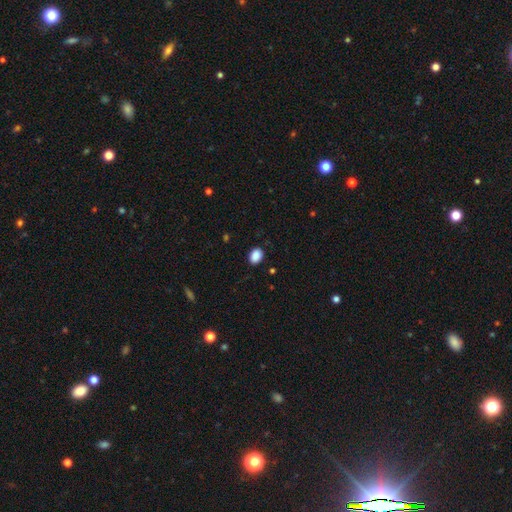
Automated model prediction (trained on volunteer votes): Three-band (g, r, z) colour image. It shows a smooth galaxy with no disk features (89%) that is in between round and cigar-shaped (68%). Merging: none (88%).